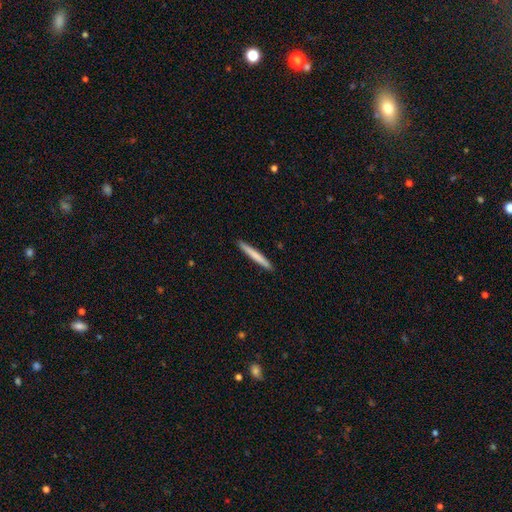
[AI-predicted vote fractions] Smooth or featured? smooth (72%)
How rounded? cigar-shaped (97%)
Merging? none (92%)